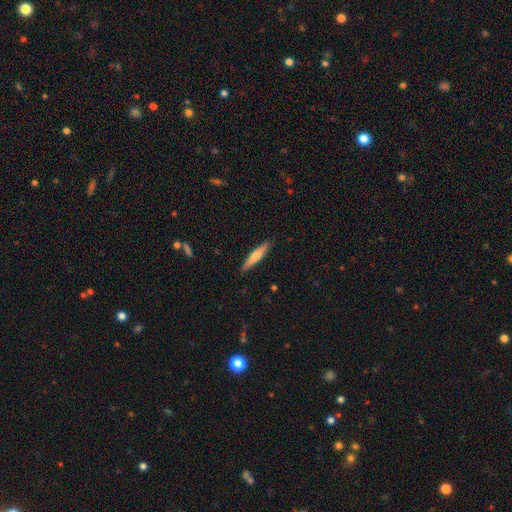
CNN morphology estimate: A smooth galaxy with no disk features (58%) that is cigar-shaped (88%). Merging: none (90%).